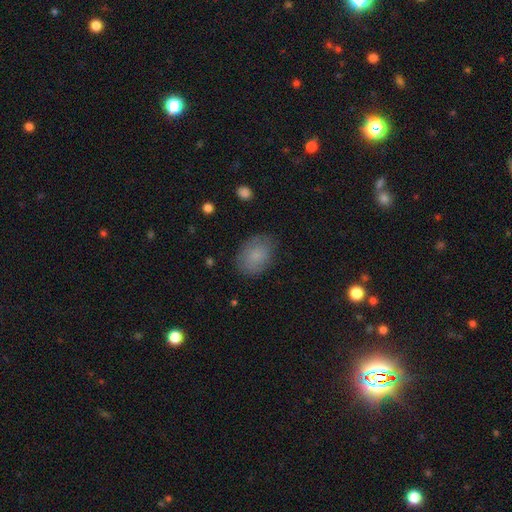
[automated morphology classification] Smooth or featured?
  - smooth: 81% *
  - featured or disk: 11%
  - star or artifact: 8%
How rounded?
  - in between: 76% *
  - round: 23%
  - cigar-shaped: 1%
Merging?
  - none: 79% *
  - minor disturbance: 16%
  - major disturbance: 4%
  - merger: 1%